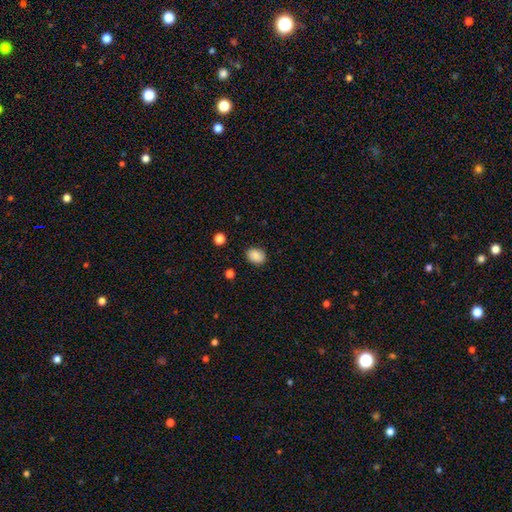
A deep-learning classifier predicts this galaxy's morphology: smooth-or-featured: smooth: 87% | star or artifact: 9% | featured or disk: 4%
  how-rounded: in between: 61% | round: 38% | cigar-shaped: 1%
  merging: none: 86% | minor disturbance: 10% | major disturbance: 2% | merger: 1%